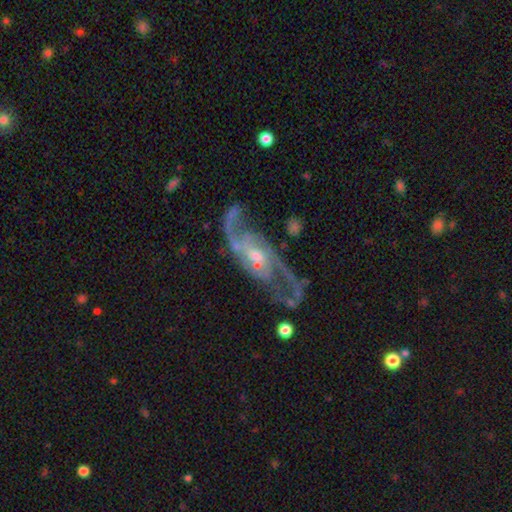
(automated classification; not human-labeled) Smooth or featured: featured or disk — 90% (star or artifact — 6%)
Edge-on disk: no — 94% (yes — 6%)
Bar: no — 45% (weak — 41%)
Spiral arms: yes — 97% (no — 3%)
Spiral winding: medium — 47% (loose — 38%)
Spiral arm count: 2 — 77% (3 — 8%)
Bulge size: small — 54% (moderate — 40%)
Merging: none — 64% (minor disturbance — 17%)